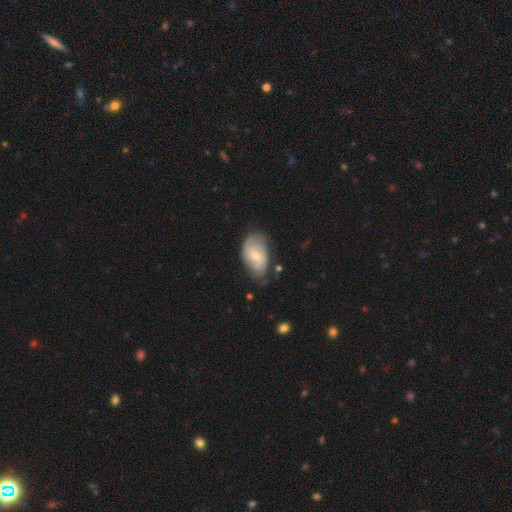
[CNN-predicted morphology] type=featured or disk (53%); edge-on=no (94%); bar=no (57%); spiral arms=yes (71%); bulge=moderate (49%); merging=none (57%).